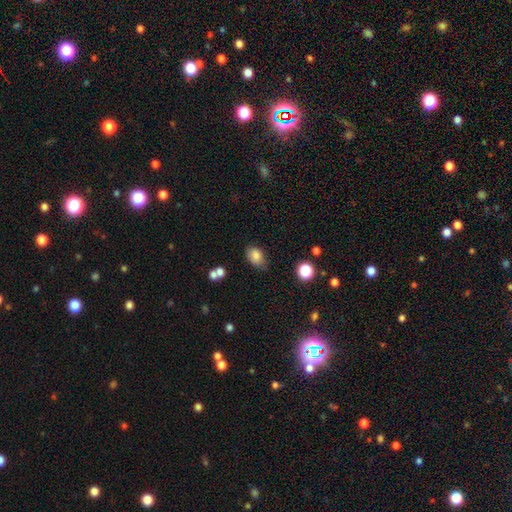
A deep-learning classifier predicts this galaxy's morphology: Smooth or featured: smooth — 82% (star or artifact — 10%)
How rounded: in between — 81% (round — 18%)
Merging: none — 70% (minor disturbance — 22%)